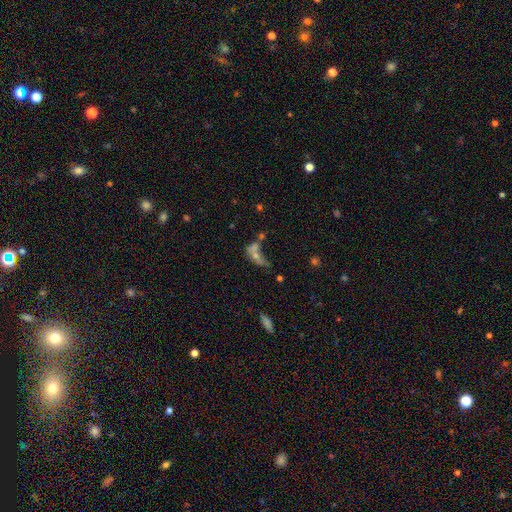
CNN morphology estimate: type=smooth (54%); roundness=in between (71%); merging=merger (49%).